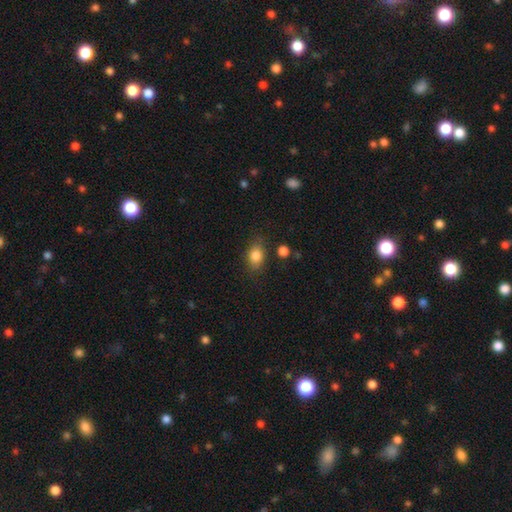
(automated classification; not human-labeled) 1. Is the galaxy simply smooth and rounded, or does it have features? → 82% smooth, 9% star or artifact, 9% featured or disk.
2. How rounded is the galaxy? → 73% in between, 25% round, 2% cigar-shaped.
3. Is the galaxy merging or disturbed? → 77% none, 15% minor disturbance, 4% major disturbance, 3% merger.